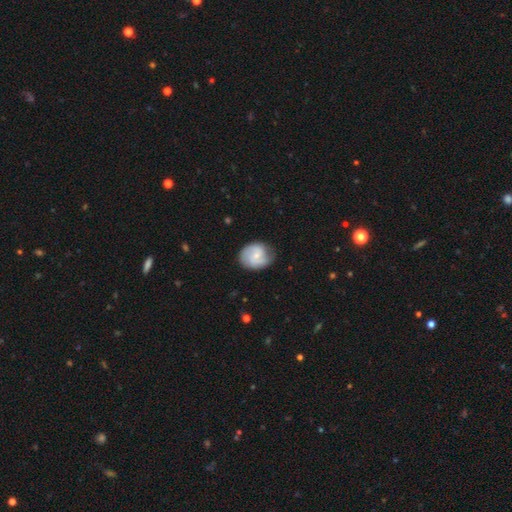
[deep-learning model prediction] Smooth or featured? featured or disk (63%)
Edge-on disk? no (98%)
Bar? no (50%)
Spiral arms? yes (91%)
Spiral winding? medium (45%)
Spiral arm count? 2 (70%)
Bulge size? small (63%)
Merging? none (73%)